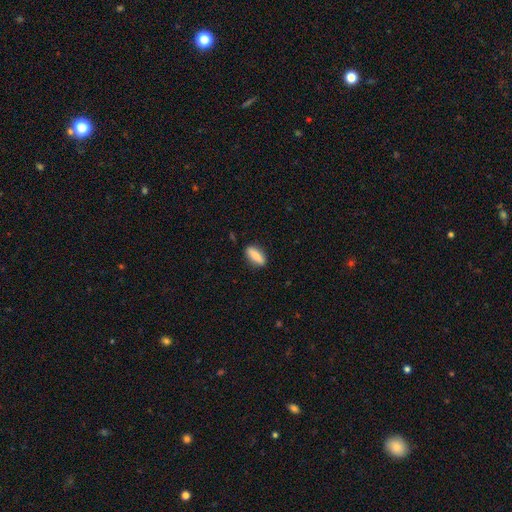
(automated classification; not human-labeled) smooth 81%, featured or disk 13%, star or artifact 7%. Down the decision tree: how rounded — in between (64%); merging — none (86%).